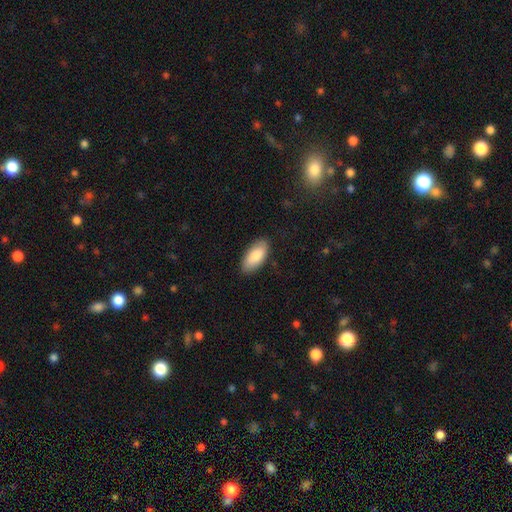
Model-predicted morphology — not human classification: This appears to be a smooth galaxy with no disk features (84%) that is in between round and cigar-shaped (92%). Merging: none (85%).